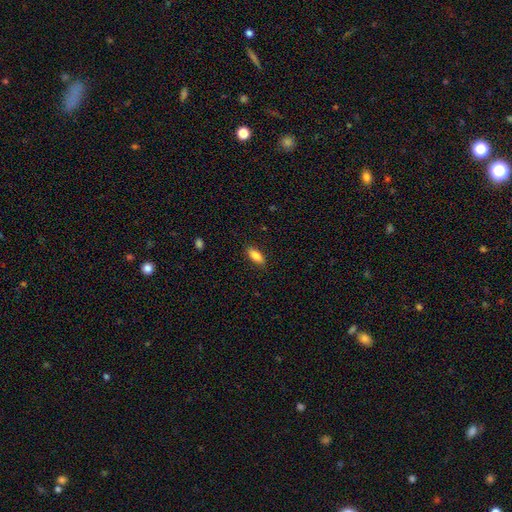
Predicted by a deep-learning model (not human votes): The model was most divided on "how rounded": in between: 80%, cigar-shaped: 18%, round: 2%. More confident: merging — none (88%); smooth or featured — smooth (84%).